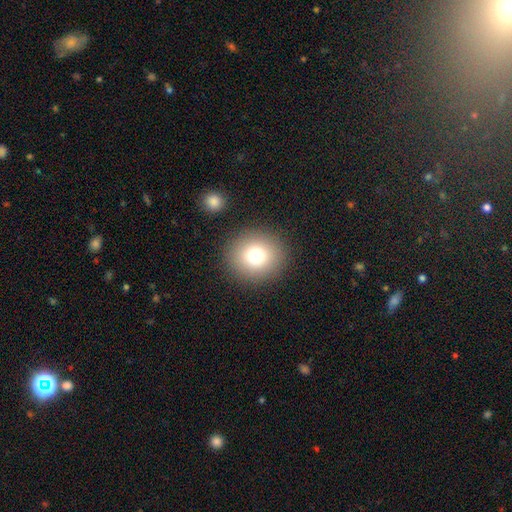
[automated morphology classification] Q: Smooth or featured?
A: smooth (76%); runner-up: star or artifact (13%)
Q: How rounded?
A: round (85%); runner-up: in between (14%)
Q: Merging?
A: none (89%); runner-up: minor disturbance (6%)